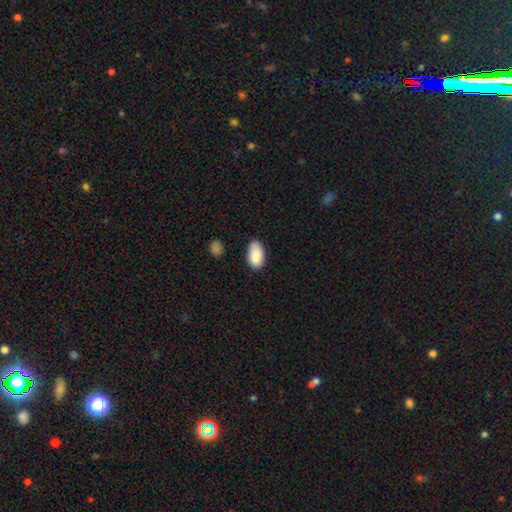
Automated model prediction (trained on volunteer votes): This is clearly a smooth galaxy (89%). How rounded: clearly in between (95%). Merging: likely none (77%).